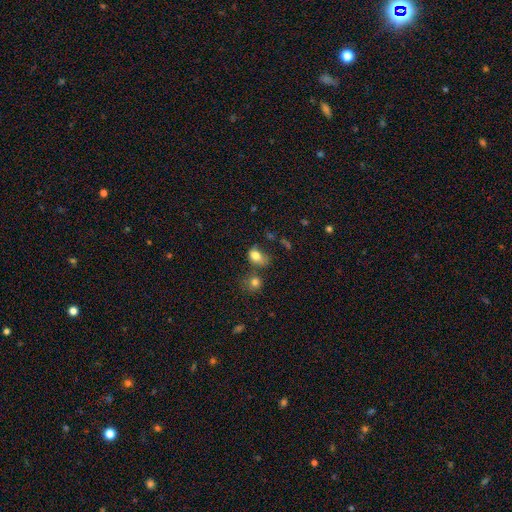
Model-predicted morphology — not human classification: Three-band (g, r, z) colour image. It shows a smooth galaxy with no disk features (79%) that is in between round and cigar-shaped (72%). Merging: none (36%).